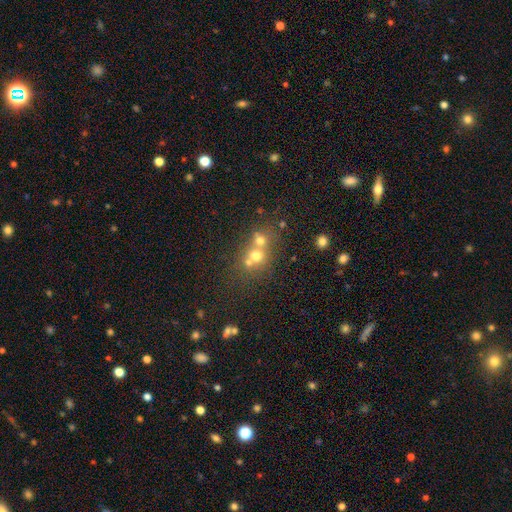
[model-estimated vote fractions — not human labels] Smooth or featured: smooth — 59% (star or artifact — 20%)
How rounded: round — 79% (in between — 20%)
Merging: merger — 56% (none — 35%)